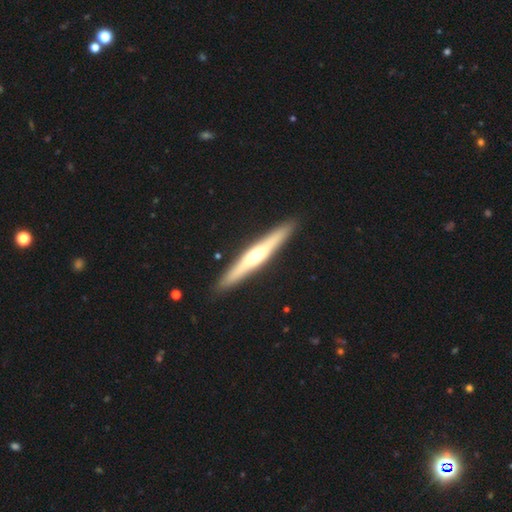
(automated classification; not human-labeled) Smooth or featured: featured or disk — 63% (smooth — 32%)
Edge-on disk: yes — 96% (no — 4%)
Edge-on bulge: rounded — 84% (none — 11%)
Merging: none — 91% (minor disturbance — 6%)